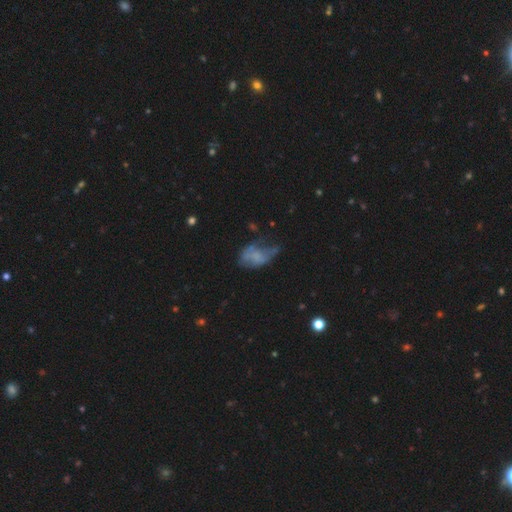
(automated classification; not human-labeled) Smooth or featured: smooth — 47% (featured or disk — 41%)
Merging: major disturbance — 39% (minor disturbance — 29%)